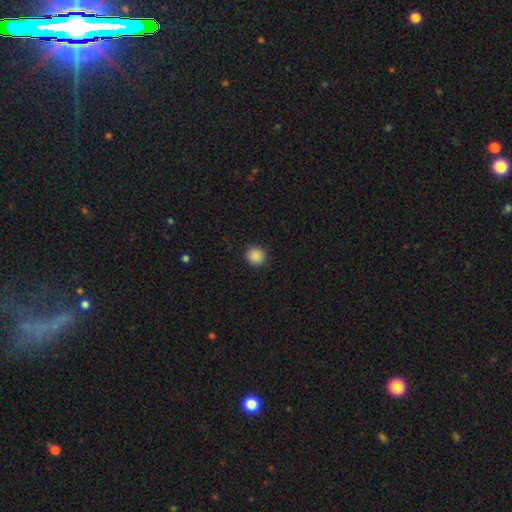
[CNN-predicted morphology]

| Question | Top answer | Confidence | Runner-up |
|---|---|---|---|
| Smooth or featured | smooth | 88% | star or artifact (9%) |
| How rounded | round | 94% | in between (5%) |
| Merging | none | 92% | minor disturbance (5%) |